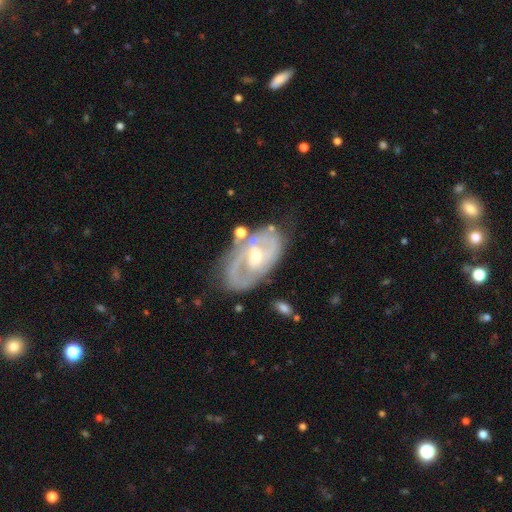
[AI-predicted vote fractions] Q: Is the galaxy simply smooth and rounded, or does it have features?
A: featured or disk — 84%.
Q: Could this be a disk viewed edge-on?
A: no — 96%.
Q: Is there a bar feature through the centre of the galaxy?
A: weak — 43%.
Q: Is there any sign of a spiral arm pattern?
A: yes — 88%.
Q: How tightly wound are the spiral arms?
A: tight — 43%.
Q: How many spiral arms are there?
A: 2 — 65%.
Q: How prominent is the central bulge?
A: moderate — 50%.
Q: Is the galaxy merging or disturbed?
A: none — 65%.